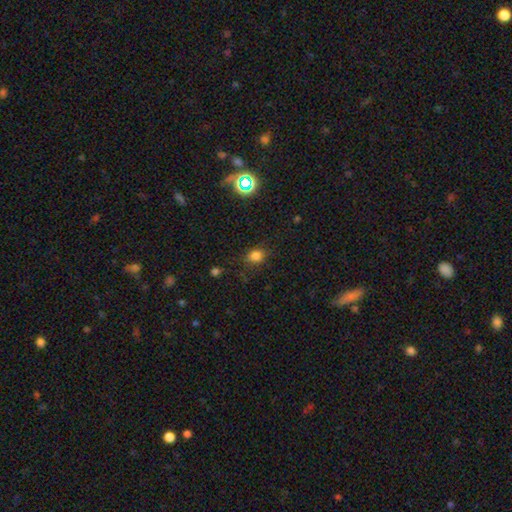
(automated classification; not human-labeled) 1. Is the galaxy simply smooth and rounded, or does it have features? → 77% smooth, 17% star or artifact, 6% featured or disk.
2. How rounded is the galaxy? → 51% round, 47% in between, 2% cigar-shaped.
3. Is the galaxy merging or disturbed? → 77% none, 16% minor disturbance, 5% major disturbance, 2% merger.